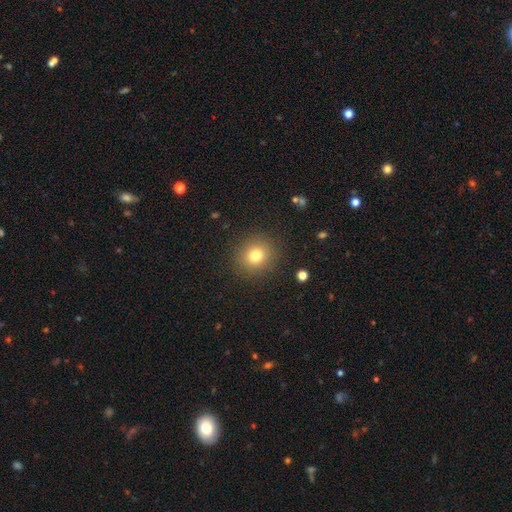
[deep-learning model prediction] Smooth or featured? Predicted: smooth (p=0.78). How rounded? Predicted: round (p=0.84). Merging? Predicted: none (p=0.89).